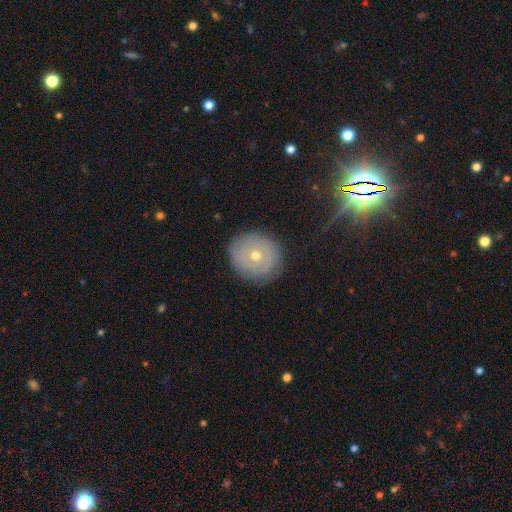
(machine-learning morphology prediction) This appears to be a featured or disk galaxy (57%) with no bar (82%), spiral arms (60%) and a small central bulge (50%). Merging: none (84%).